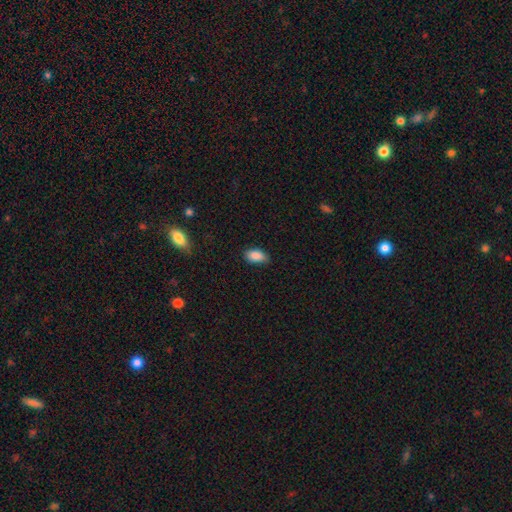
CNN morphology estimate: The model was most divided on "merging": none: 80%, minor disturbance: 17%, major disturbance: 3%, merger: 1%. More confident: how rounded — in between (91%); smooth or featured — smooth (87%).